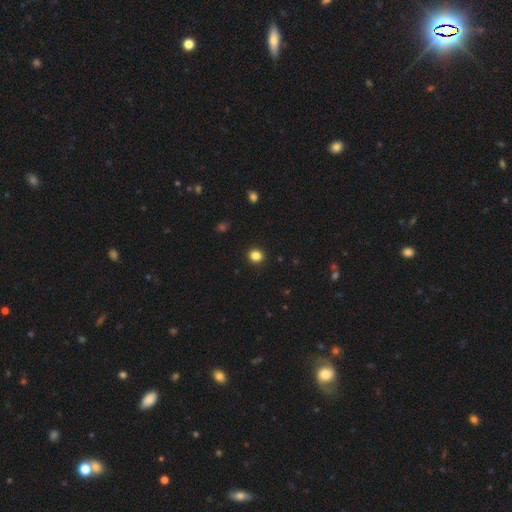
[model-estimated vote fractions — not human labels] Smooth or featured? smooth (84%)
How rounded? round (83%)
Merging? none (93%)